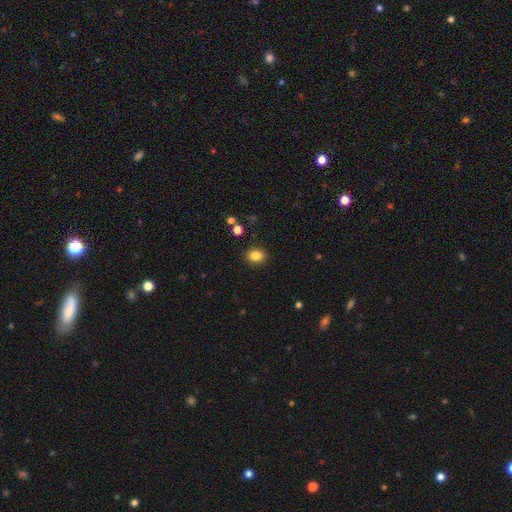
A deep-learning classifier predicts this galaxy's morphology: smooth_or_featured: smooth (p=0.84) [alt: star or artifact p=0.11]
how_rounded: in between (p=0.50) [alt: round p=0.49]
merging: none (p=0.89) [alt: minor disturbance p=0.07]